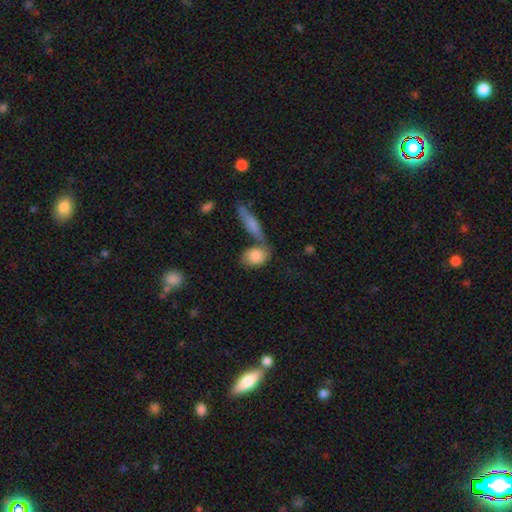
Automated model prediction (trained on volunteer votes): Smooth or featured: smooth — 78% (featured or disk — 16%)
How rounded: in between — 64% (round — 30%)
Merging: none — 40% (merger — 37%)